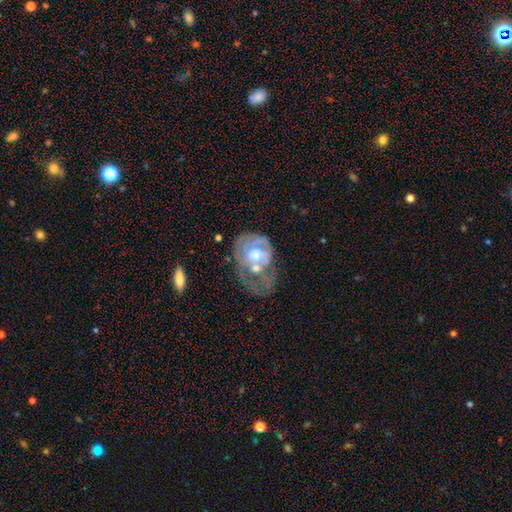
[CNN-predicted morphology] type=featured or disk (65%); edge-on=no (96%); bar=no (77%); spiral arms=no (59%); bulge=moderate (73%); merging=major disturbance (38%).